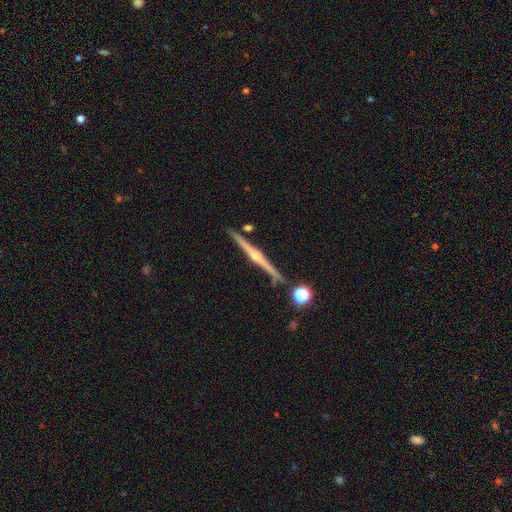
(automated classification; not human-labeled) A featured or disk galaxy (85%) viewed edge-on (99%) with a rounded central bulge (91%). Merging: none (88%).